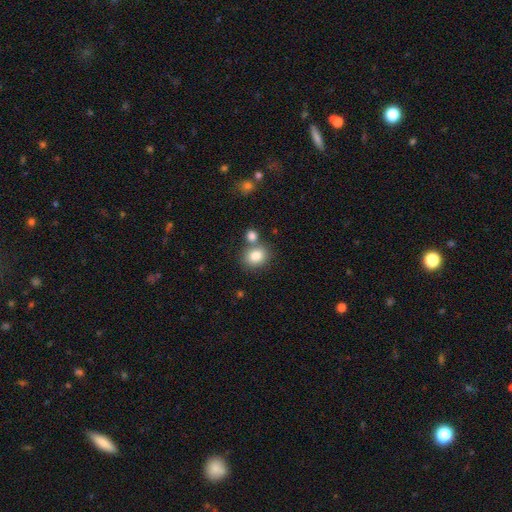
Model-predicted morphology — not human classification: Q: Smooth or featured?
A: smooth (83%); runner-up: star or artifact (9%)
Q: How rounded?
A: round (59%); runner-up: in between (40%)
Q: Merging?
A: none (59%); runner-up: merger (26%)